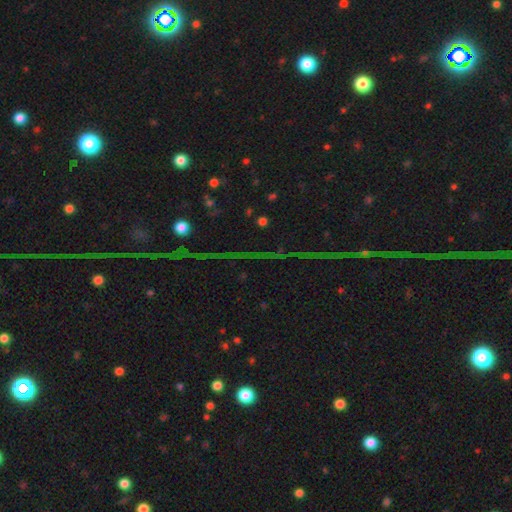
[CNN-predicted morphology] Q: Smooth or featured?
A: star or artifact (81%); runner-up: smooth (11%)